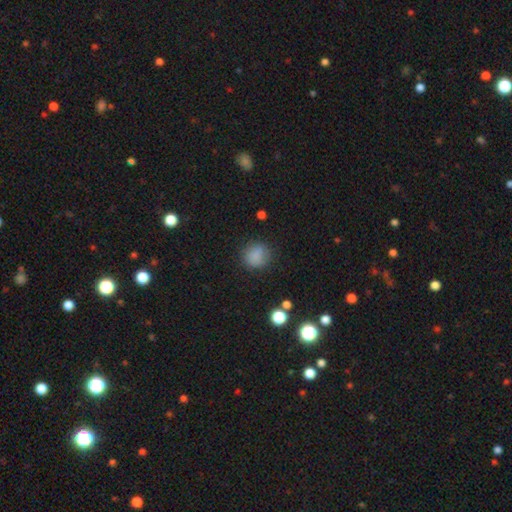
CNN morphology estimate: Smooth or featured? Predicted: smooth (p=0.82). How rounded? Predicted: round (p=0.82). Merging? Predicted: none (p=0.79).